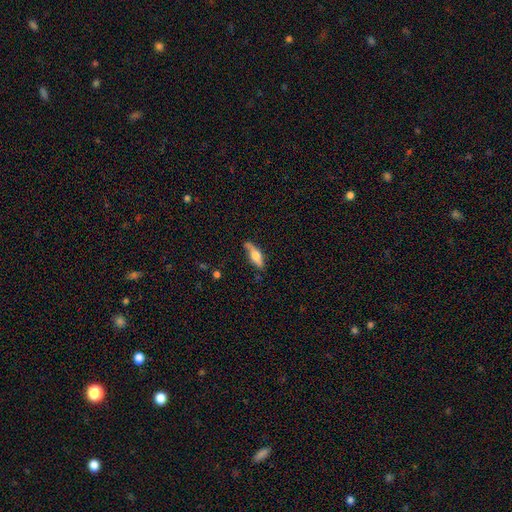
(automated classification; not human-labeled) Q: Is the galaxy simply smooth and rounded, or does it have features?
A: smooth — 60%.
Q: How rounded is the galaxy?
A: in between — 56%.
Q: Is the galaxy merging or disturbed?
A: none — 64%.